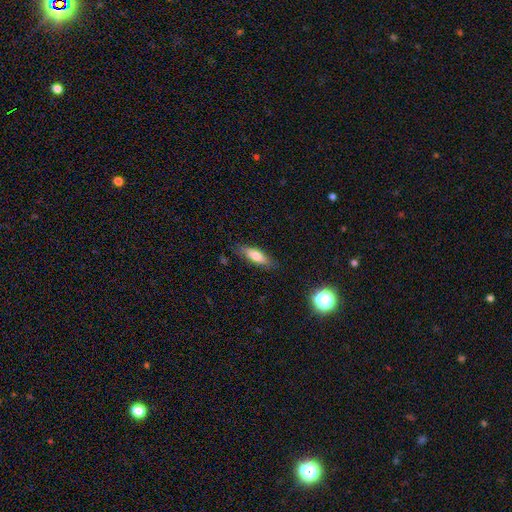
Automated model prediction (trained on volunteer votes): A smooth galaxy with no disk features (72%) that is cigar-shaped (51%). Merging: none (81%).